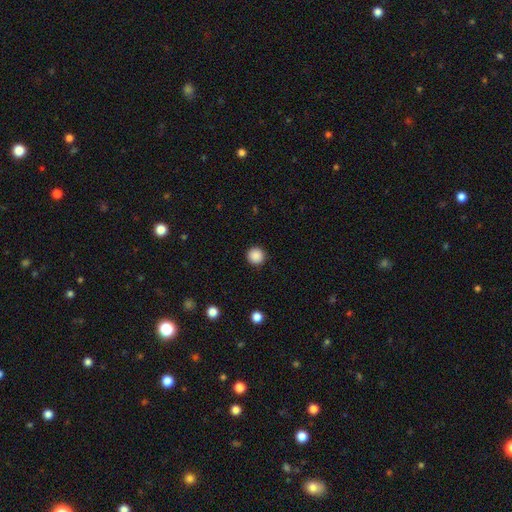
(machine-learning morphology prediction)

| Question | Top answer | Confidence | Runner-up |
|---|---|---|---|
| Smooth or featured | smooth | 88% | star or artifact (9%) |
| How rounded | round | 95% | in between (4%) |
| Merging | none | 92% | minor disturbance (5%) |